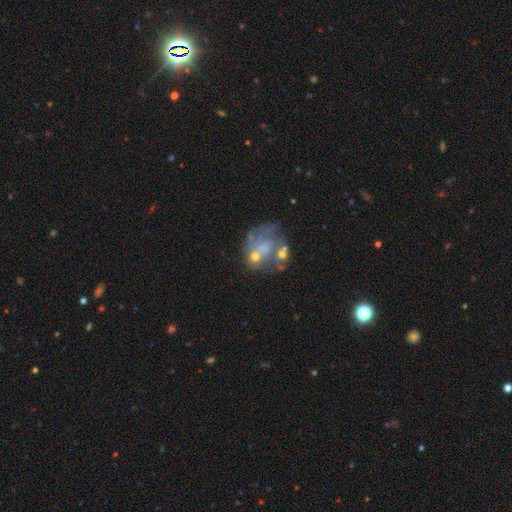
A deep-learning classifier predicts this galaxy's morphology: featured or disk 60%, smooth 21%, star or artifact 19%. Down the decision tree: edge-on disk — no (97%); bar — no (75%); spiral arms — no (59%); bulge size — small (46%); merging — none (35%).